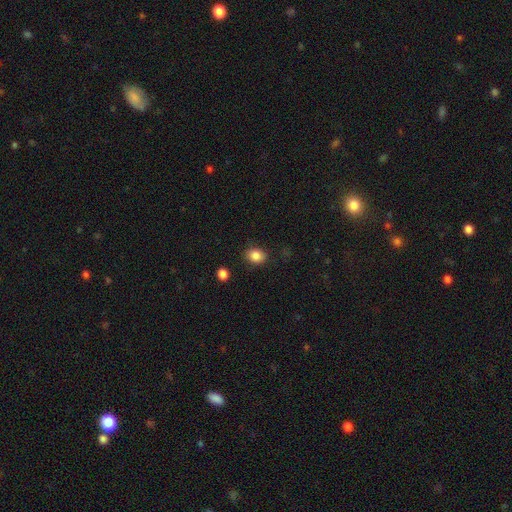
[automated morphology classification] This appears to be a smooth galaxy with no disk features (86%) that is in between round and cigar-shaped (50%). Merging: none (82%).